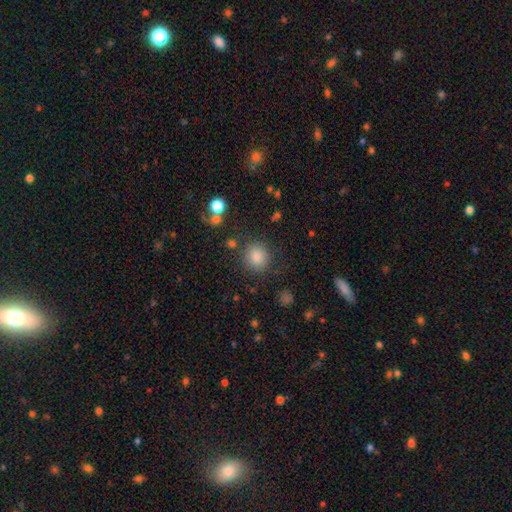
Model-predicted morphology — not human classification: Smooth or featured?
  - smooth: 81% *
  - star or artifact: 13%
  - featured or disk: 6%
How rounded?
  - round: 89% *
  - in between: 10%
  - cigar-shaped: 1%
Merging?
  - none: 85% *
  - minor disturbance: 8%
  - major disturbance: 4%
  - merger: 3%